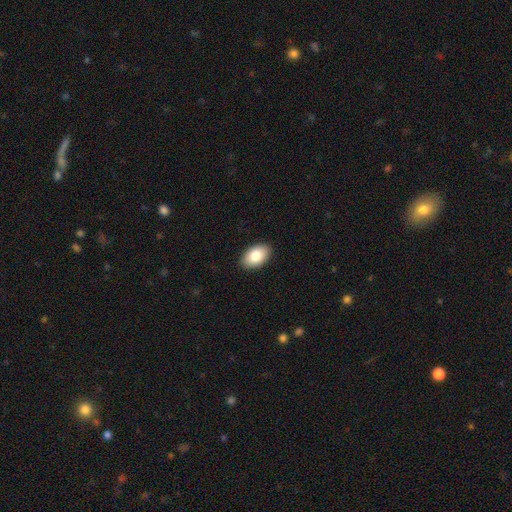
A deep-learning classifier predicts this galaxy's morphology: Smooth or featured? smooth (83%)
How rounded? in between (92%)
Merging? none (90%)